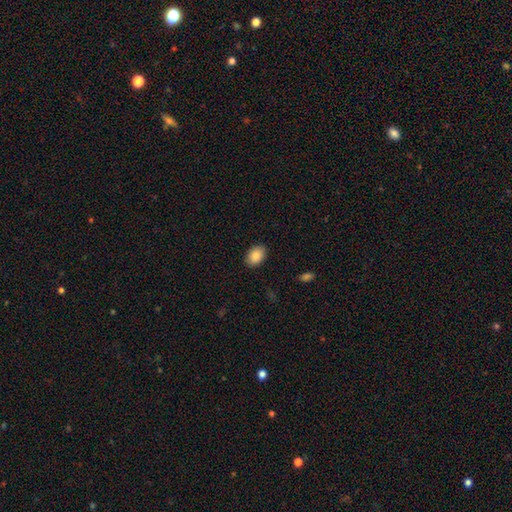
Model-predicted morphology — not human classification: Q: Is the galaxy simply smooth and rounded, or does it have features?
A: smooth — 89%.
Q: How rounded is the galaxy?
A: in between — 80%.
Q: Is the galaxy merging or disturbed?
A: none — 87%.